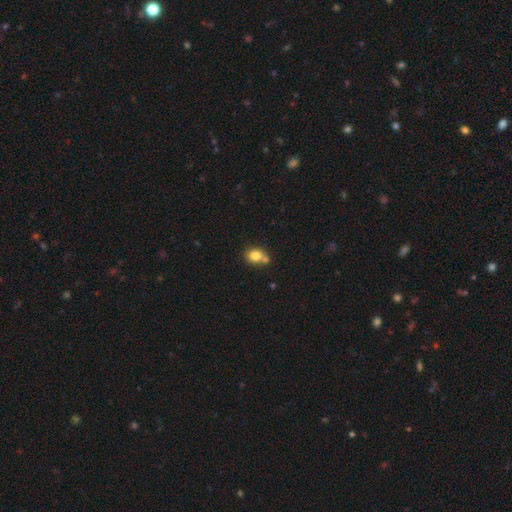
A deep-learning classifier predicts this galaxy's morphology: smooth-or-featured: smooth: 80% | star or artifact: 10% | featured or disk: 9%
  how-rounded: round: 69% | in between: 30% | cigar-shaped: 1%
  merging: none: 53% | merger: 31% | minor disturbance: 12% | major disturbance: 4%